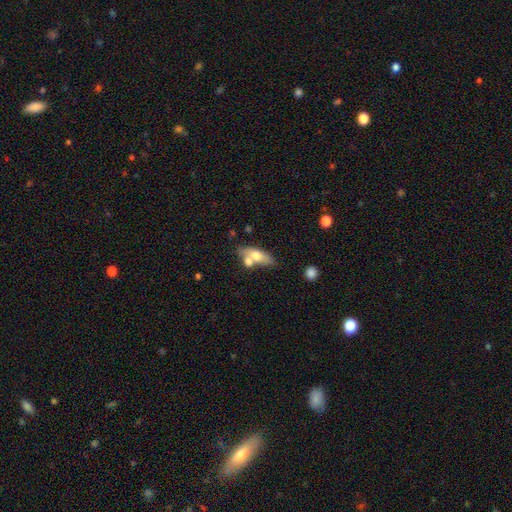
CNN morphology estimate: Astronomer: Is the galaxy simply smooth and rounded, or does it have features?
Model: smooth — 62%.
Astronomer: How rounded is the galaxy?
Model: in between — 74%.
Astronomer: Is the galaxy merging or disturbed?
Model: none — 52% (runner-up: merger, 30%).